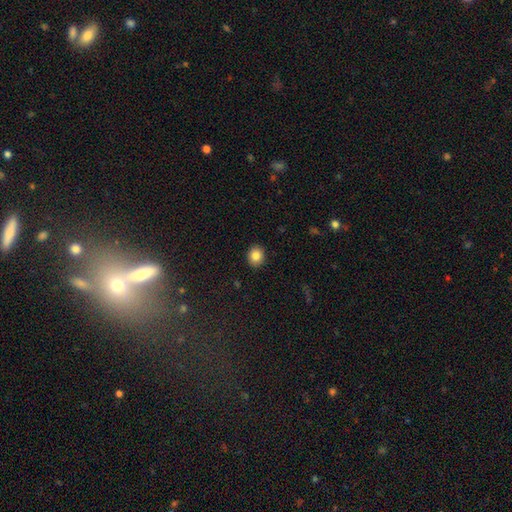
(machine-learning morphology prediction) type=smooth (84%); roundness=round (69%); merging=none (91%).